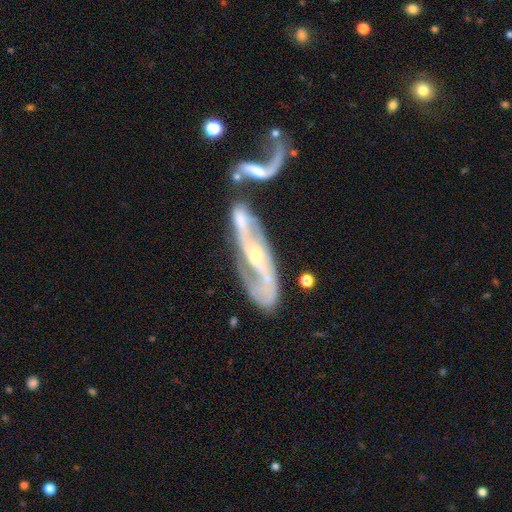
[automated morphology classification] Smooth or featured: featured or disk — 88% (smooth — 6%)
Edge-on disk: no — 84% (yes — 16%)
Bar: no — 42% (weak — 31%)
Spiral arms: yes — 93% (no — 7%)
Spiral winding: medium — 42% (loose — 34%)
Spiral arm count: 2 — 82% (can't tell — 8%)
Bulge size: small — 54% (moderate — 40%)
Merging: merger — 38% (none — 33%)